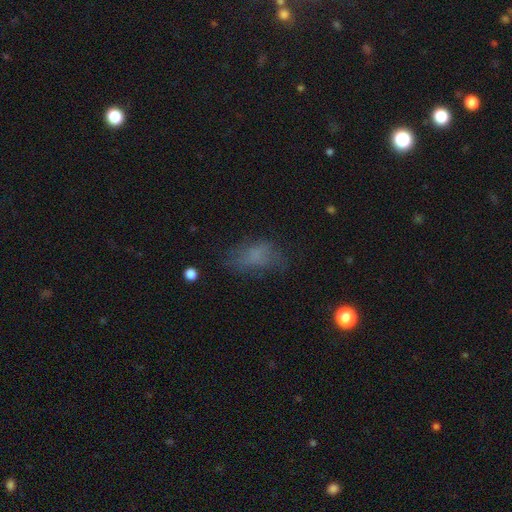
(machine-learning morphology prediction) type=smooth (64%); roundness=in between (85%); merging=none (53%).